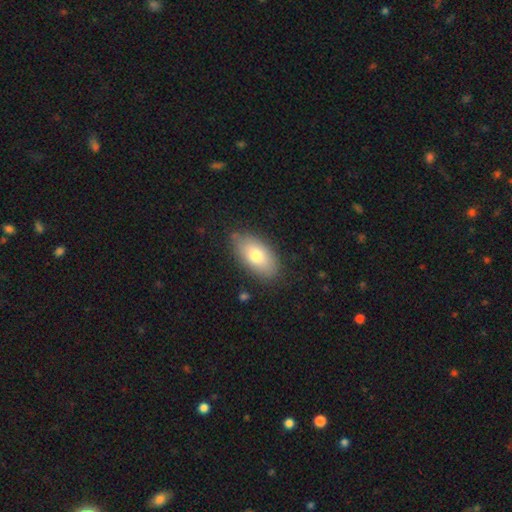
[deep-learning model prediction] Smooth or featured? smooth (75%)
How rounded? in between (92%)
Merging? none (82%)